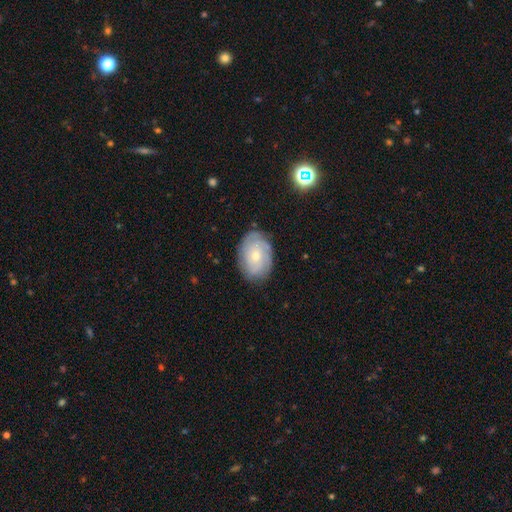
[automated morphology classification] smooth-or-featured: featured or disk: 54% | smooth: 38% | star or artifact: 8%
  disk-edge-on: no: 95% | yes: 5%
    bar: no: 75% | weak: 22% | strong: 3%
    has-spiral-arms: yes: 81% | no: 19%
    bulge-size: small: 56% | moderate: 41% | large: 2% | none: 1% | dominant: 1%
  merging: none: 79% | minor disturbance: 16% | major disturbance: 4% | merger: 1%